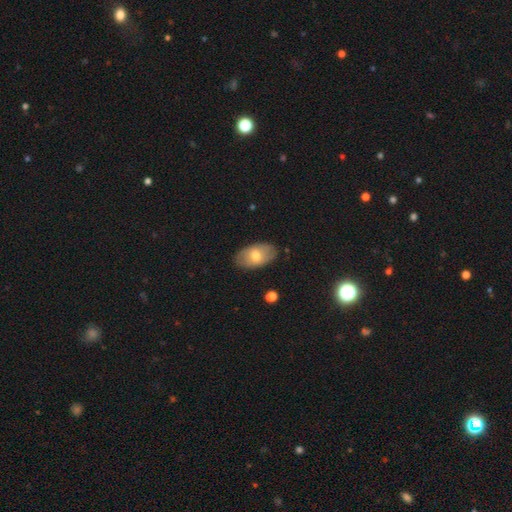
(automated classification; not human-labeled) smooth-or-featured: smooth: 61% | featured or disk: 33% | star or artifact: 6%
  how-rounded: in between: 93% | round: 5% | cigar-shaped: 2%
  merging: none: 82% | minor disturbance: 14% | major disturbance: 3% | merger: 1%